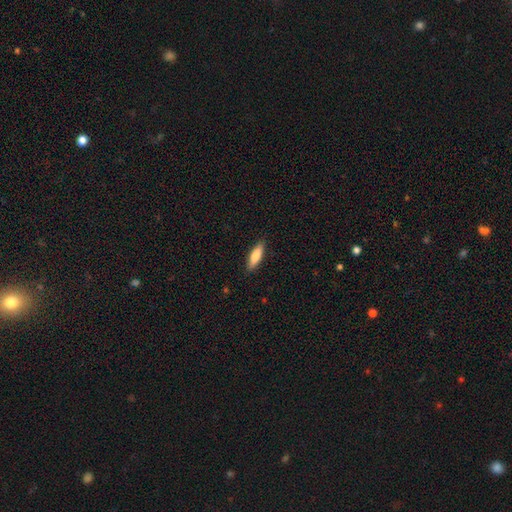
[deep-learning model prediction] Morphology: type=smooth (79%); roundness=cigar-shaped (57%); merging=none (88%).